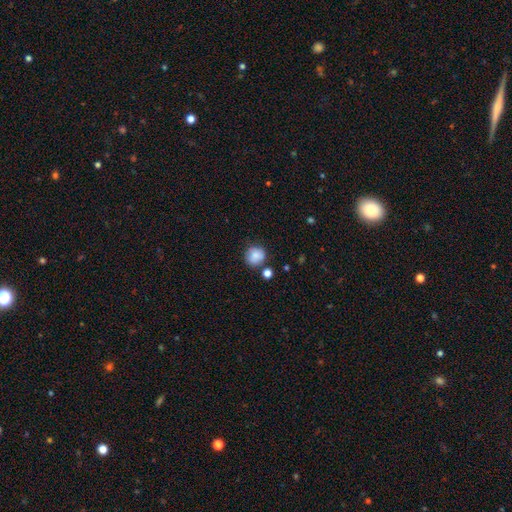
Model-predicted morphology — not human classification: Q: Smooth or featured?
A: smooth (84%); runner-up: star or artifact (9%)
Q: How rounded?
A: round (89%); runner-up: in between (11%)
Q: Merging?
A: none (72%); runner-up: minor disturbance (15%)